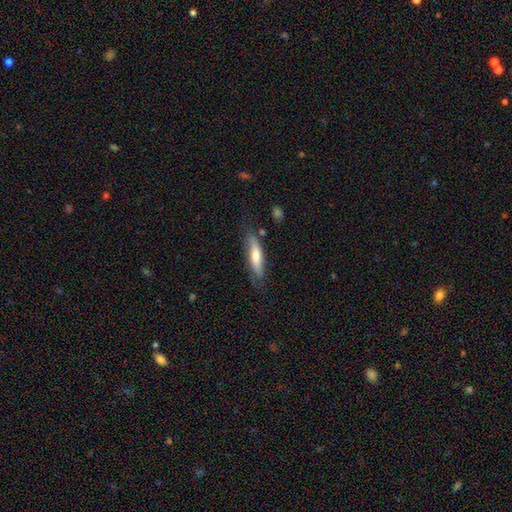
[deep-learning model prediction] Morphology: type=smooth (57%); roundness=cigar-shaped (74%); merging=none (71%).